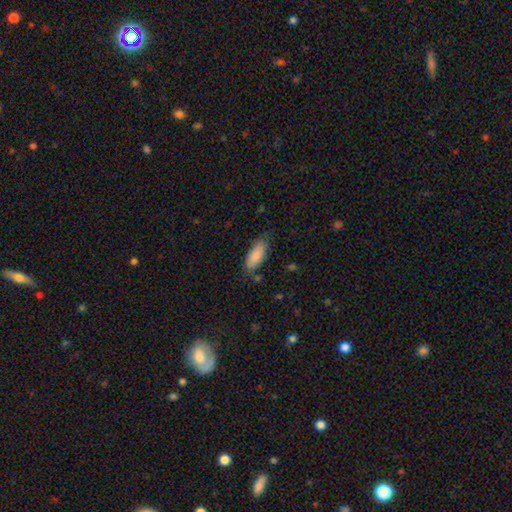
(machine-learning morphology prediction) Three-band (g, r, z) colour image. It shows a smooth galaxy with no disk features (86%) that is in between round and cigar-shaped (78%). Merging: none (73%).